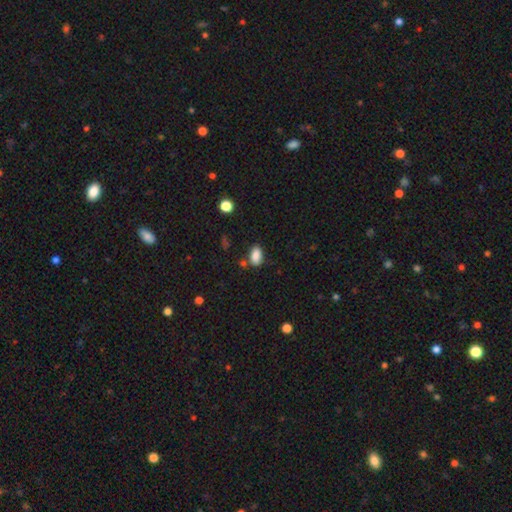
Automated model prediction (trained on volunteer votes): Smooth or featured: smooth — 87% (star or artifact — 9%)
How rounded: in between — 91% (round — 6%)
Merging: none — 74% (minor disturbance — 15%)